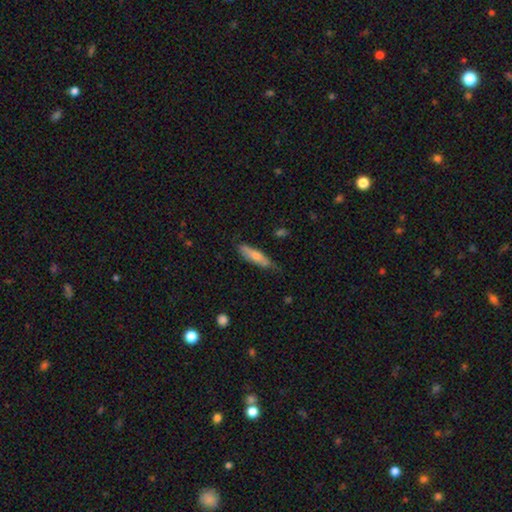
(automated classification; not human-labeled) This appears to be a smooth galaxy with no disk features (62%) that is cigar-shaped (73%). Merging: none (75%).